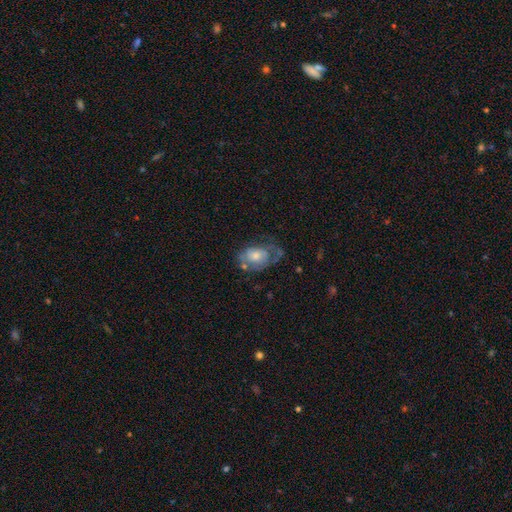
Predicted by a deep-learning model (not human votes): smooth-or-featured: featured or disk: 47% | smooth: 46% | star or artifact: 7%
  merging: none: 33% | major disturbance: 31% | minor disturbance: 30% | merger: 5%